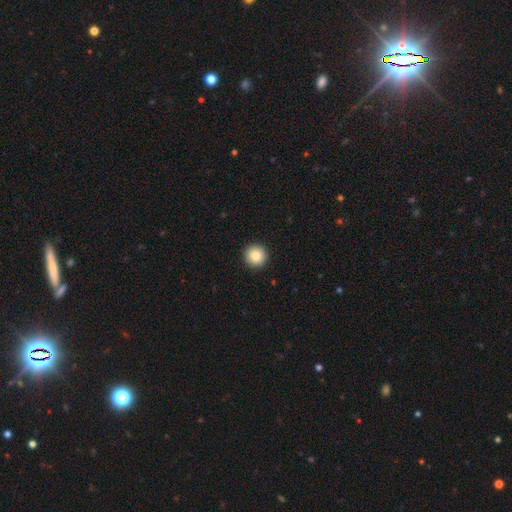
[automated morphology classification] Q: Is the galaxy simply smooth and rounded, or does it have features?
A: smooth — 84%.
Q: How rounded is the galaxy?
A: round — 96%.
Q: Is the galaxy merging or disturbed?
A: none — 93%.